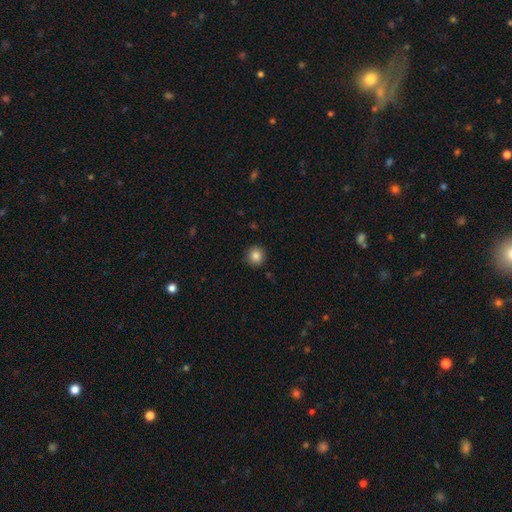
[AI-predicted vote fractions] smooth-or-featured: smooth: 86% | star or artifact: 10% | featured or disk: 5%
  how-rounded: round: 94% | in between: 5% | cigar-shaped: 1%
  merging: none: 91% | minor disturbance: 6% | major disturbance: 2% | merger: 1%